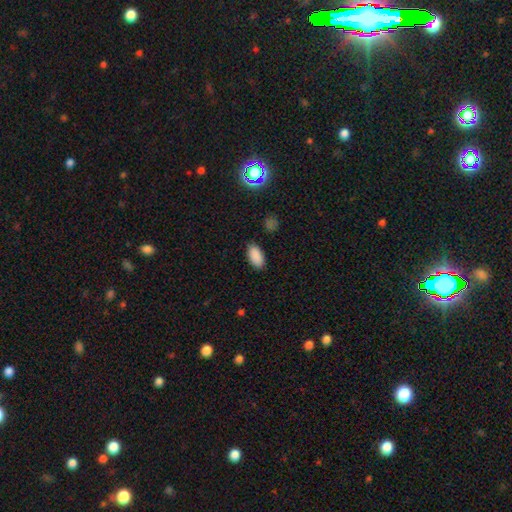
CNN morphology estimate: A smooth galaxy with no disk features (88%) that is in between round and cigar-shaped (94%).

Vote fractions:
- Smooth or featured? smooth: 88% / star or artifact: 8% / featured or disk: 3%
- How rounded? in between: 94% / round: 3% / cigar-shaped: 3%
- Merging? none: 87% / minor disturbance: 9% / major disturbance: 2% / merger: 1%